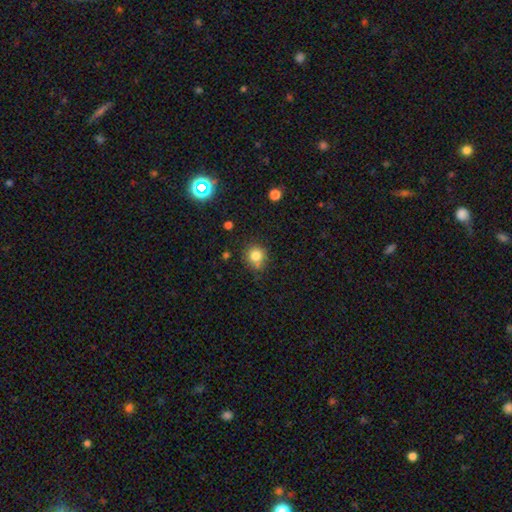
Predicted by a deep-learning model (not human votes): A smooth galaxy with no disk features (81%) that is round (88%).

Vote fractions:
- Smooth or featured? smooth: 81% / star or artifact: 12% / featured or disk: 7%
- How rounded? round: 88% / in between: 11% / cigar-shaped: 1%
- Merging? none: 71% / minor disturbance: 17% / merger: 8% / major disturbance: 4%